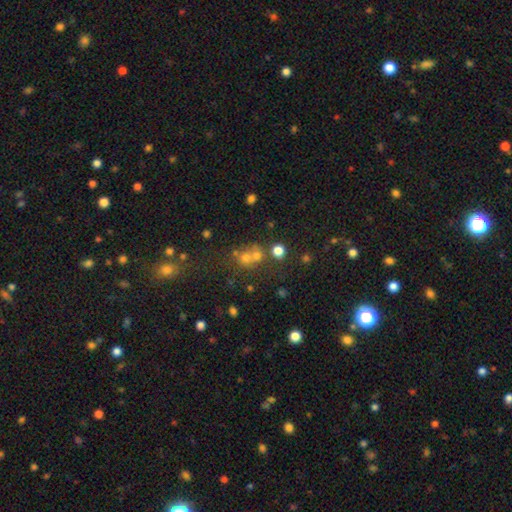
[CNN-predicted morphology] smooth-or-featured: star or artifact: 48% | smooth: 39% | featured or disk: 12%